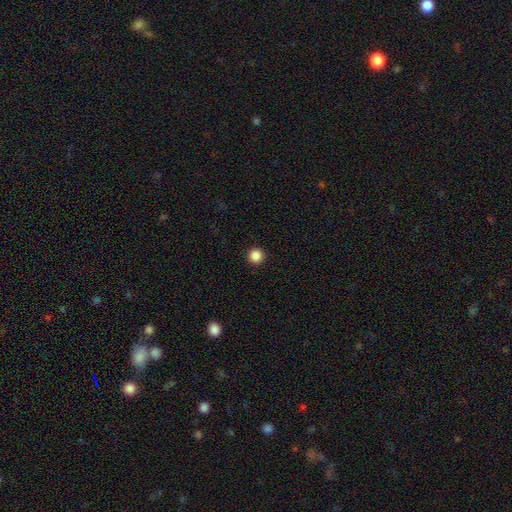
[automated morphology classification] Overall: smooth (87%). How rounded: round (96%). Merging: none (94%).